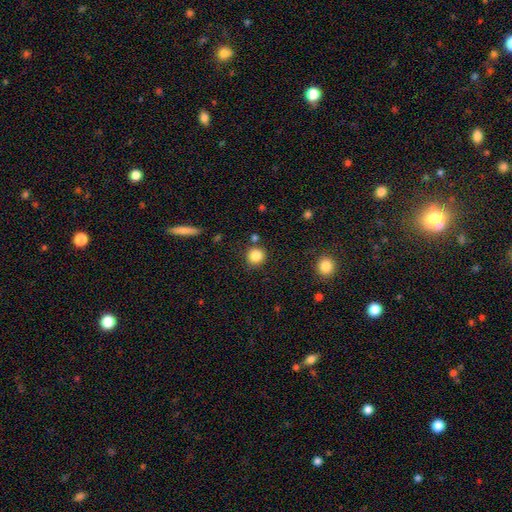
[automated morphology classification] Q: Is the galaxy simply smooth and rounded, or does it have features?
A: smooth — 85%.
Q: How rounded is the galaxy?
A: round — 91%.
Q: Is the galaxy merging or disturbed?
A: none — 82%.